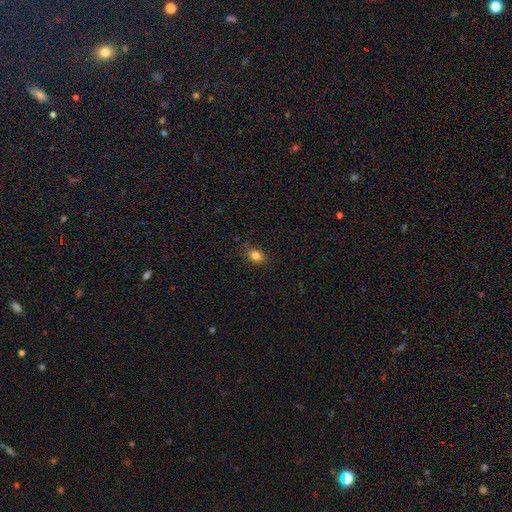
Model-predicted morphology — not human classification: smooth 82%, star or artifact 12%, featured or disk 7%. Down the decision tree: how rounded — in between (63%); merging — none (82%).